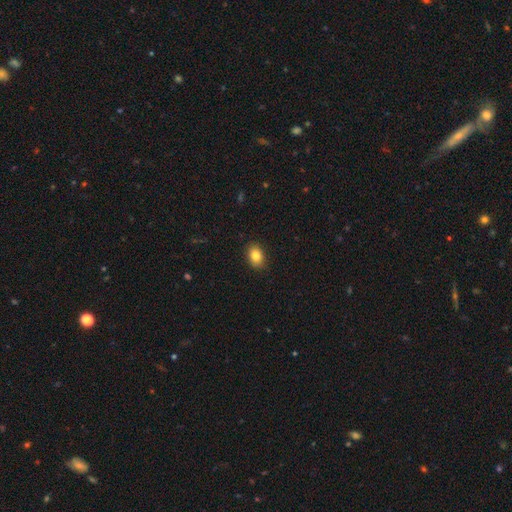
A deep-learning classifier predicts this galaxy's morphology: A smooth galaxy with no disk features (84%) that is in between round and cigar-shaped (75%).

Vote fractions:
- Smooth or featured? smooth: 84% / star or artifact: 9% / featured or disk: 7%
- How rounded? in between: 75% / round: 24% / cigar-shaped: 1%
- Merging? none: 89% / minor disturbance: 8% / major disturbance: 2% / merger: 1%